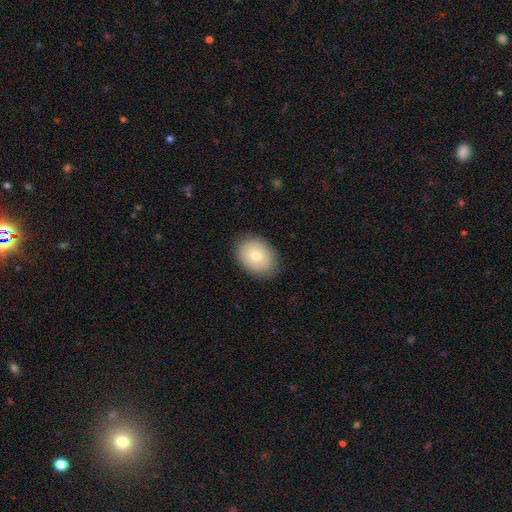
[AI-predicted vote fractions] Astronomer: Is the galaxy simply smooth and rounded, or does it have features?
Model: smooth — 78%.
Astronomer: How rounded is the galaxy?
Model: in between — 65%.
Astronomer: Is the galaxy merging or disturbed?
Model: none — 86%.